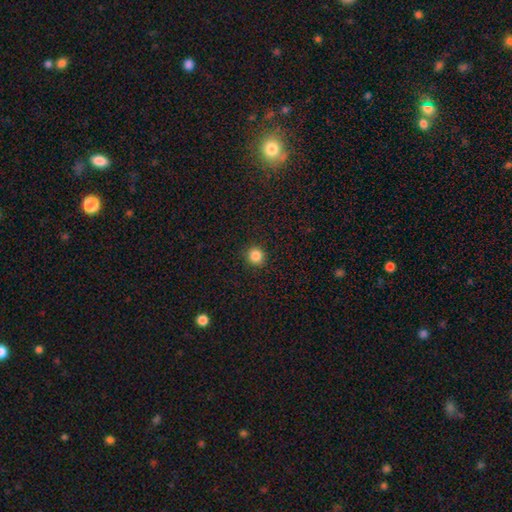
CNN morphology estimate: A smooth galaxy with no disk features (85%) that is round (93%).

Vote fractions:
- Smooth or featured? smooth: 85% / star or artifact: 11% / featured or disk: 4%
- How rounded? round: 93% / in between: 6% / cigar-shaped: 1%
- Merging? none: 92% / minor disturbance: 6% / major disturbance: 2% / merger: 1%